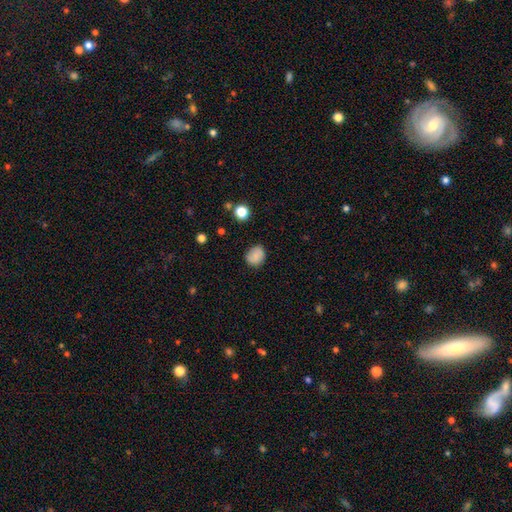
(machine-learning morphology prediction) This is clearly a smooth galaxy (84%). How rounded: likely round (66%). Merging: clearly none (81%).